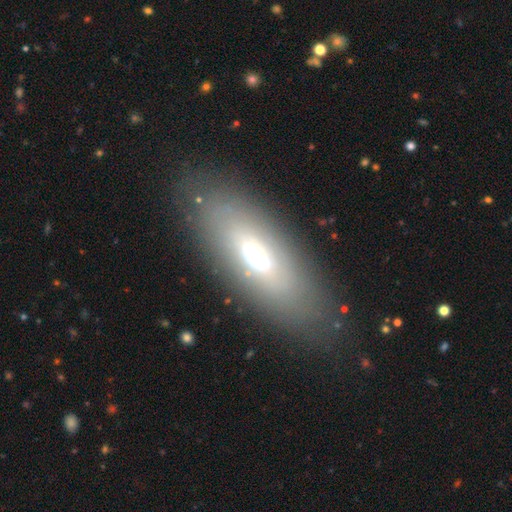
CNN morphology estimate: A smooth galaxy with no disk features (55%) that is in between round and cigar-shaped (75%).

Vote fractions:
- Smooth or featured? smooth: 55% / featured or disk: 35% / star or artifact: 11%
- How rounded? in between: 75% / cigar-shaped: 22% / round: 3%
- Merging? none: 83% / minor disturbance: 10% / major disturbance: 5% / merger: 2%